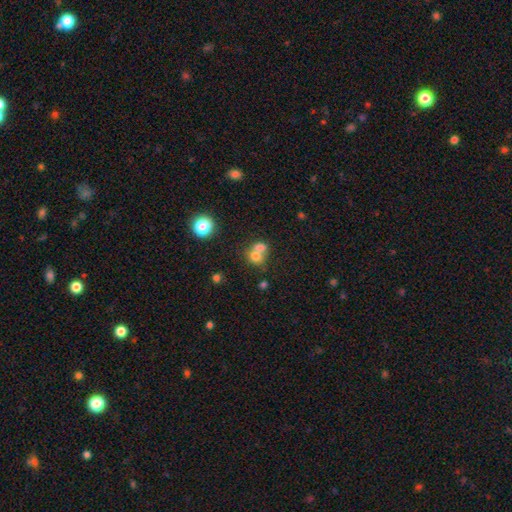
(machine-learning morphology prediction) smooth_or_featured: smooth (p=0.71) [alt: featured or disk p=0.16]
how_rounded: round (p=0.71) [alt: in between p=0.28]
merging: merger (p=0.62) [alt: none p=0.29]